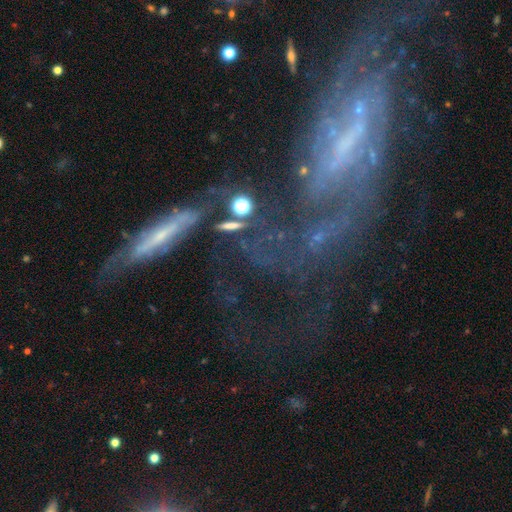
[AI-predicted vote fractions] Overall: featured or disk (62%). Edge-on disk: no (70%). Merging: none (42%; major disturbance 23%).